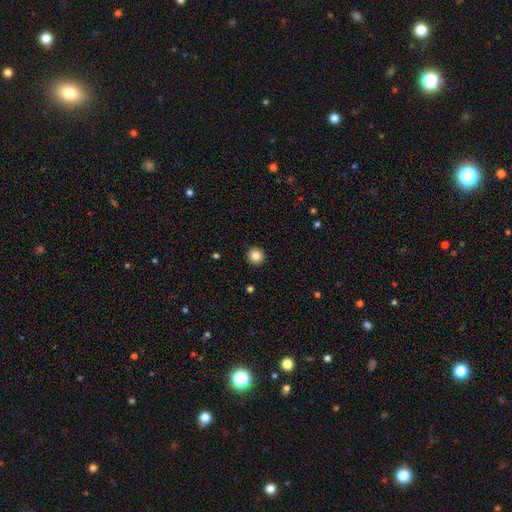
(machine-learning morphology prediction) Smooth or featured? Predicted: smooth (p=0.85). How rounded? Predicted: round (p=0.95). Merging? Predicted: none (p=0.93).